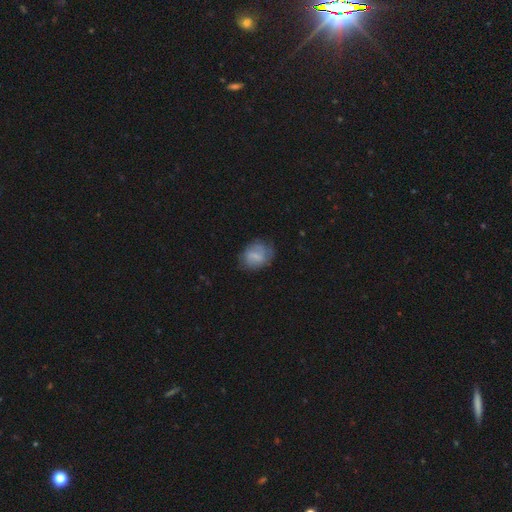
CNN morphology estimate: A smooth galaxy with no disk features (63%) that is in between round and cigar-shaped (55%). Merging: none (61%).